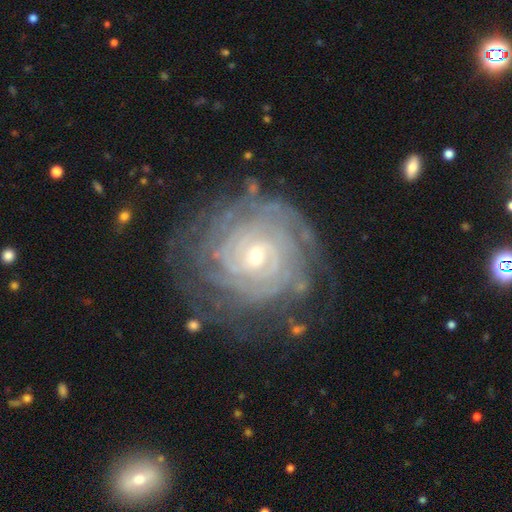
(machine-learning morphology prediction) The model was most divided on "bar": no: 45%, weak: 41%, strong: 14%. Remaining: edge-on disk — no (97%); spiral arms — yes (97%); smooth or featured — featured or disk (88%); spiral winding — tight (86%); merging — none (75%); bulge size — small (66%); spiral arm count — can't tell (37%).